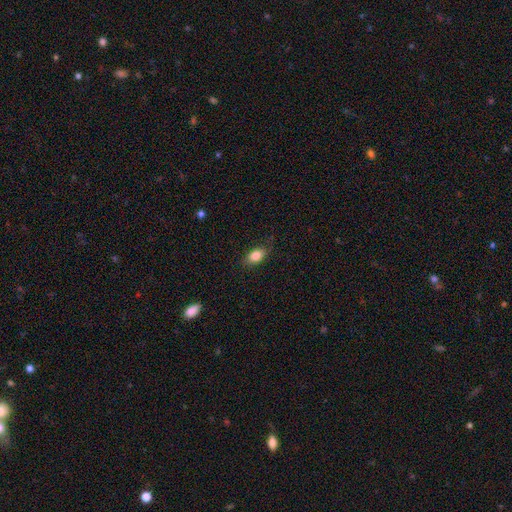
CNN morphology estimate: smooth-or-featured: smooth: 84% | featured or disk: 8% | star or artifact: 8%
  how-rounded: in between: 86% | round: 10% | cigar-shaped: 4%
  merging: none: 80% | minor disturbance: 15% | major disturbance: 3% | merger: 1%